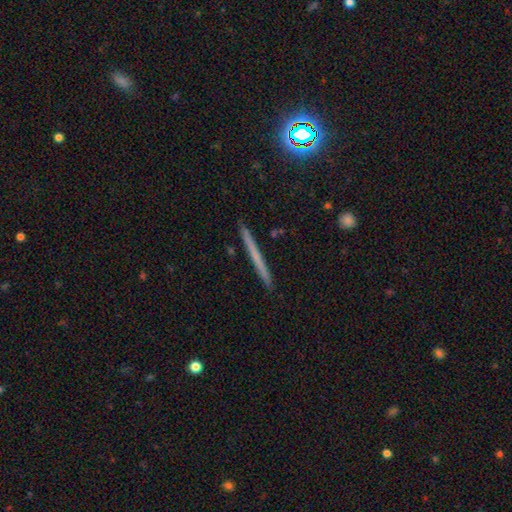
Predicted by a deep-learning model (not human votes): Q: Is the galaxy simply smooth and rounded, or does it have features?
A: featured or disk — 45%, tied with smooth.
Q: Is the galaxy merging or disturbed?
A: none — 92%.